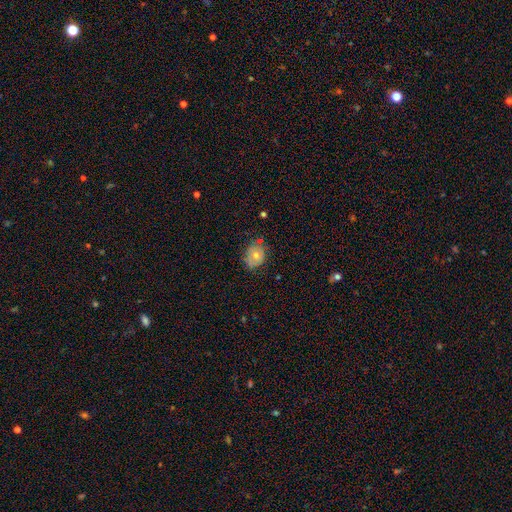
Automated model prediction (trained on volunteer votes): Smooth or featured?
  - smooth: 63% *
  - featured or disk: 28%
  - star or artifact: 9%
How rounded?
  - round: 50% *
  - in between: 49%
  - cigar-shaped: 1%
Merging?
  - none: 68% *
  - minor disturbance: 24%
  - major disturbance: 6%
  - merger: 3%